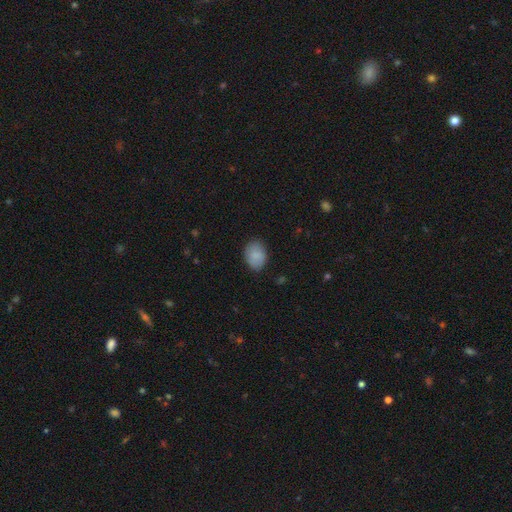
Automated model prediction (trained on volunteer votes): A smooth galaxy with no disk features (86%) that is in between round and cigar-shaped (69%). Merging: none (81%).